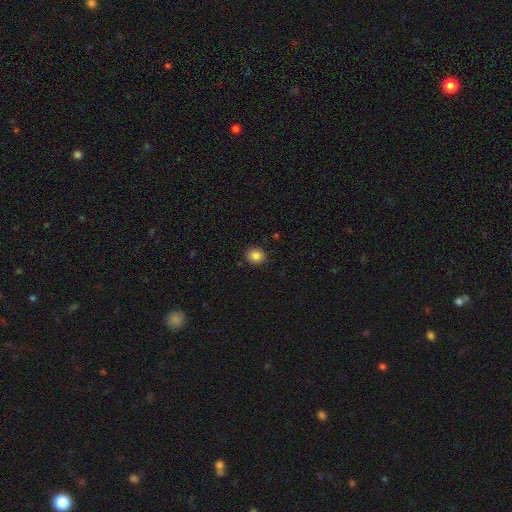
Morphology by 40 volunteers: This is clearly a smooth galaxy (90%). How rounded: likely round (67%). Merging: clearly none (92%).